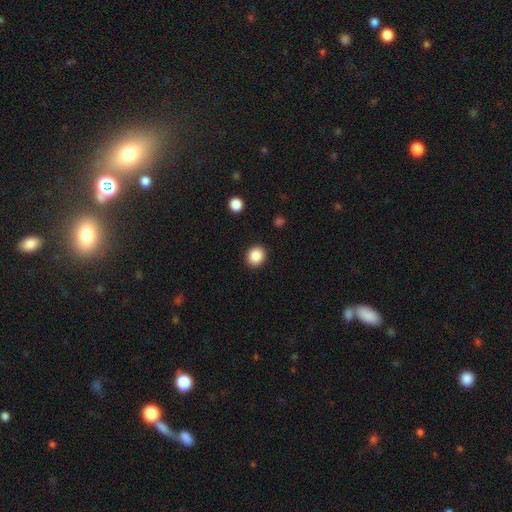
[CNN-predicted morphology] This is clearly a smooth galaxy (87%). How rounded: likely round (73%). Merging: clearly none (90%).